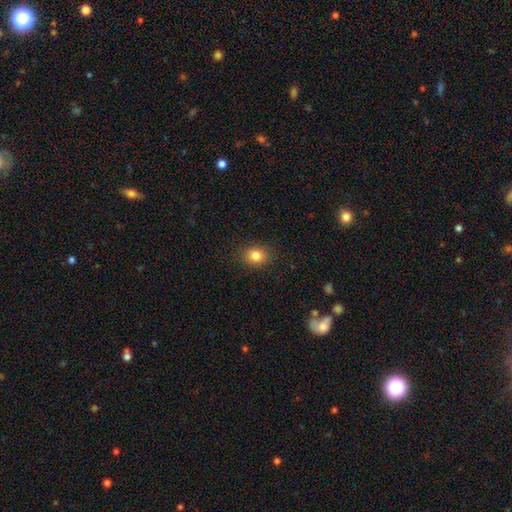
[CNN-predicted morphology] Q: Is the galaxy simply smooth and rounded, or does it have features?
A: smooth — 84%.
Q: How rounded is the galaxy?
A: round — 51%.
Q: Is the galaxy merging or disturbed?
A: none — 87%.